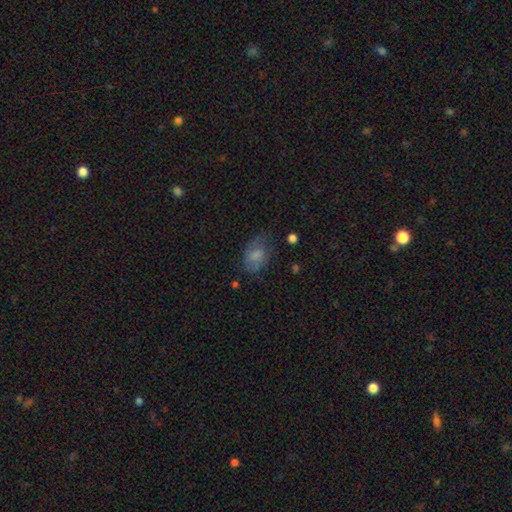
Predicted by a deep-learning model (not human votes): smooth_or_featured: smooth (p=0.60) [alt: featured or disk p=0.30]
how_rounded: in between (p=0.82) [alt: round p=0.17]
merging: none (p=0.49) [alt: minor disturbance p=0.29]